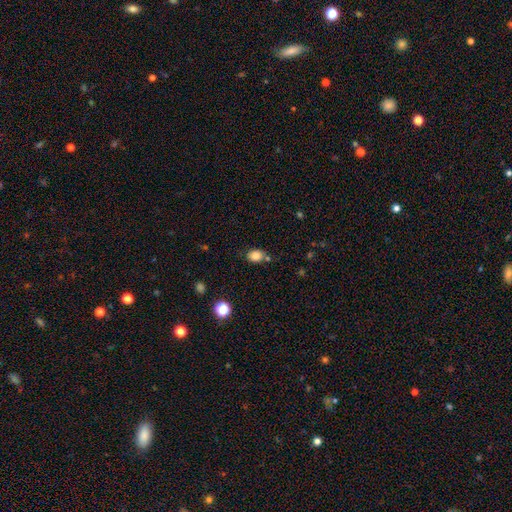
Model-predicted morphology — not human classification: This appears to be a smooth galaxy with no disk features (82%) that is in between round and cigar-shaped (57%). Merging: none (73%).